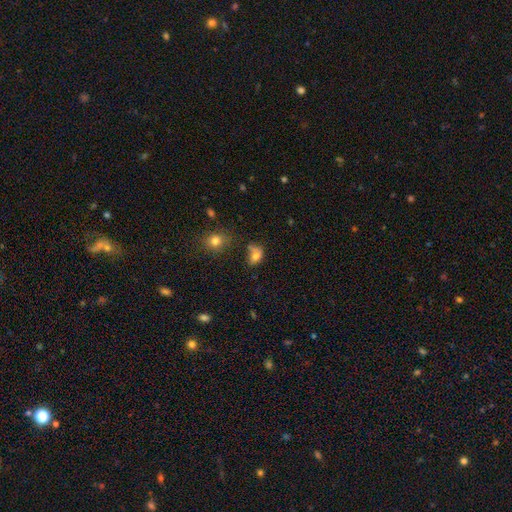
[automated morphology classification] smooth_or_featured: smooth (p=0.73) [alt: featured or disk p=0.14]
how_rounded: in between (p=0.68) [alt: round p=0.30]
merging: none (p=0.35) [alt: minor disturbance p=0.28]